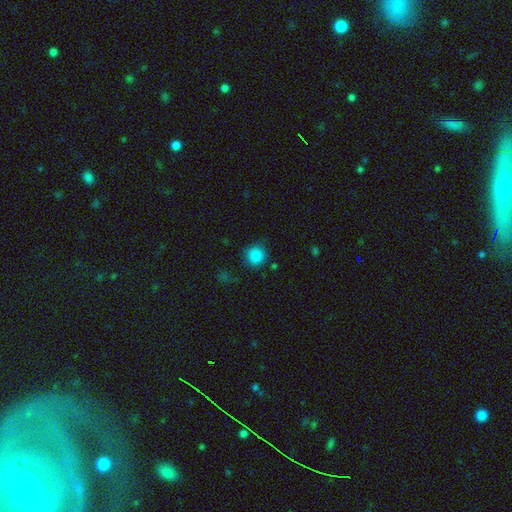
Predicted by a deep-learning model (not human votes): smooth_or_featured: smooth (p=0.86) [alt: star or artifact p=0.11]
how_rounded: round (p=0.93) [alt: in between p=0.06]
merging: none (p=0.84) [alt: minor disturbance p=0.10]